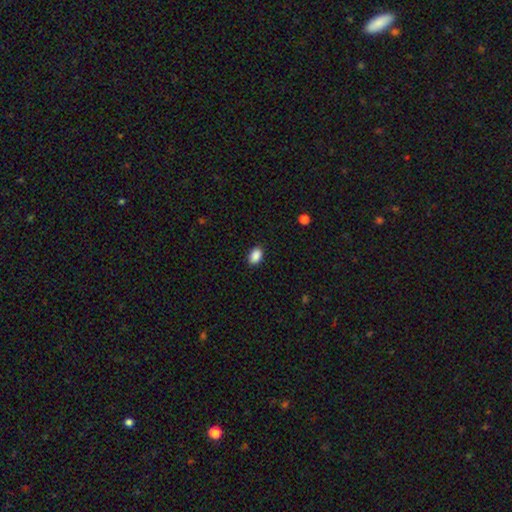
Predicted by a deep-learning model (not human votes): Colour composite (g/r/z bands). It shows a smooth galaxy with no disk features (89%) that is in between round and cigar-shaped (88%). Merging: none (87%).